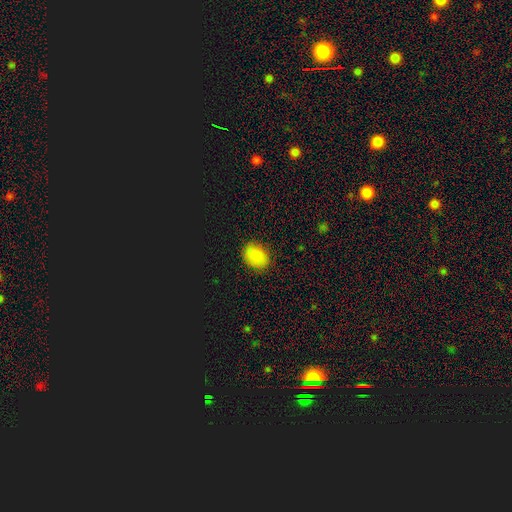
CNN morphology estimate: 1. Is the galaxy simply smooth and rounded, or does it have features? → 84% smooth, 10% star or artifact, 5% featured or disk.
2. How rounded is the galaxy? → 62% in between, 37% round, 1% cigar-shaped.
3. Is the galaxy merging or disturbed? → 84% none, 12% minor disturbance, 3% major disturbance, 1% merger.